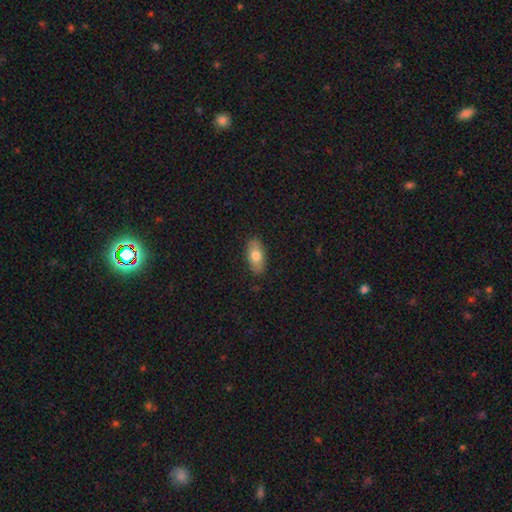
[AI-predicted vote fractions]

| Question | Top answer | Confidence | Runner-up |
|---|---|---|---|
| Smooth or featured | smooth | 75% | featured or disk (18%) |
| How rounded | in between | 89% | cigar-shaped (8%) |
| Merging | none | 88% | minor disturbance (9%) |